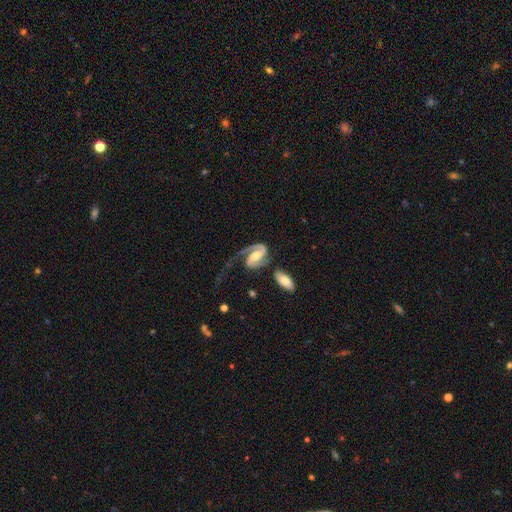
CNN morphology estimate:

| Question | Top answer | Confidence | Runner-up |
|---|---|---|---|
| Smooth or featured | featured or disk | 90% | smooth (6%) |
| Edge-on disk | no | 97% | yes (3%) |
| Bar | weak | 41% | strong (31%) |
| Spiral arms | yes | 98% | no (2%) |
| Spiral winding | medium | 52% | tight (26%) |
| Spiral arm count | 2 | 79% | 1 (16%) |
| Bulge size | moderate | 63% | small (25%) |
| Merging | none | 44% | major disturbance (27%) |